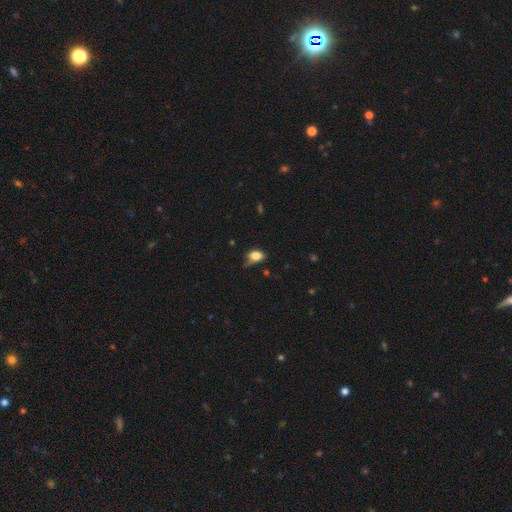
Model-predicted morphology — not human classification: A smooth galaxy with no disk features (82%) that is in between round and cigar-shaped (80%).

Vote fractions:
- Smooth or featured? smooth: 82% / star or artifact: 9% / featured or disk: 9%
- How rounded? in between: 80% / round: 18% / cigar-shaped: 2%
- Merging? none: 49% / minor disturbance: 37% / major disturbance: 11% / merger: 3%